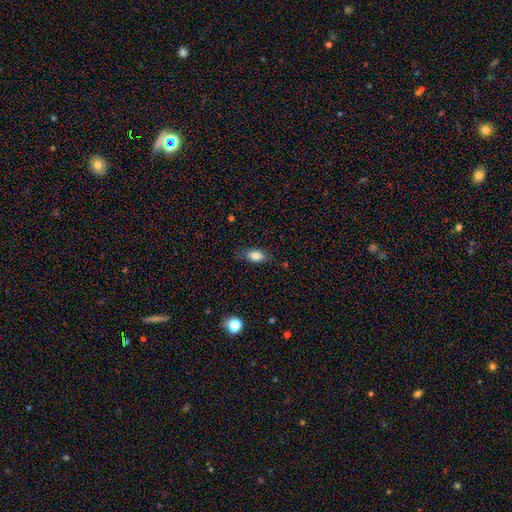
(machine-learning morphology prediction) This appears to be a smooth galaxy with no disk features (83%) that is in between round and cigar-shaped (87%). Merging: none (77%).